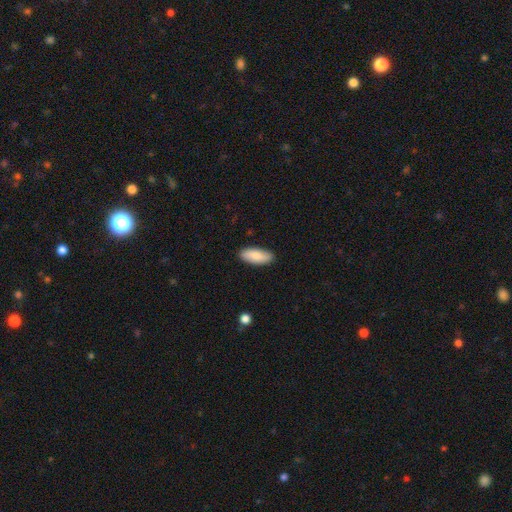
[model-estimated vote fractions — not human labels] Smooth or featured: smooth — 82% (featured or disk — 12%)
How rounded: in between — 81% (cigar-shaped — 17%)
Merging: none — 88% (minor disturbance — 9%)